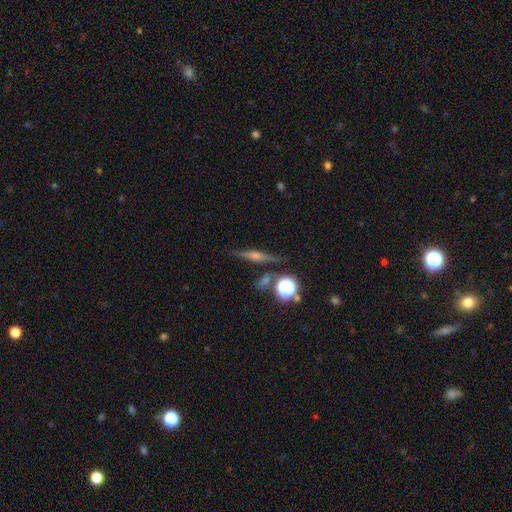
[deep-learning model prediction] Smooth or featured? Predicted: featured or disk (p=0.66). Edge-on disk? Predicted: yes (p=0.94). Edge-on bulge? Predicted: rounded (p=0.87). Merging? Predicted: none (p=0.84).